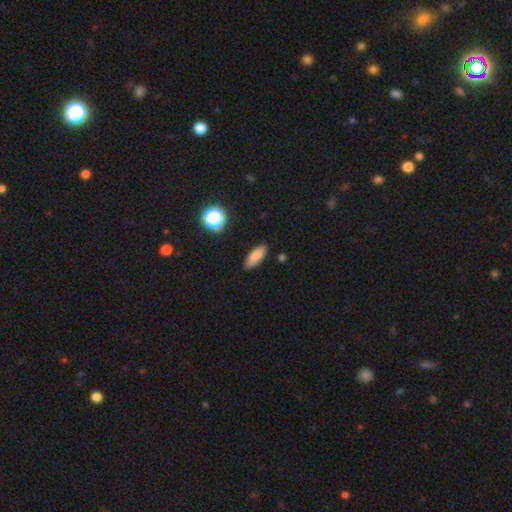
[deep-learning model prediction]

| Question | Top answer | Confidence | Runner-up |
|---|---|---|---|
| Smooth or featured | smooth | 82% | star or artifact (9%) |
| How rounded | in between | 67% | cigar-shaped (30%) |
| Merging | none | 83% | minor disturbance (13%) |